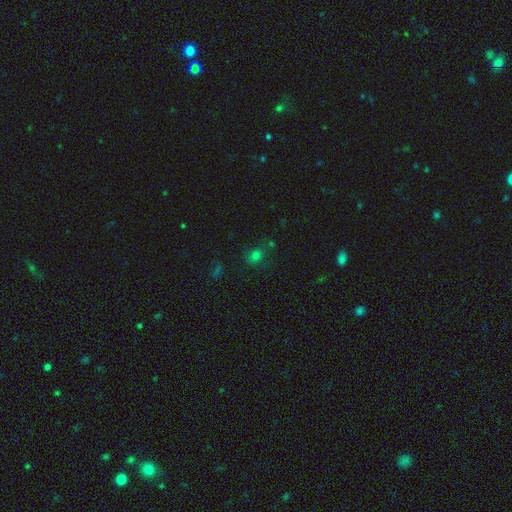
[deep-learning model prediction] Smooth or featured?
  - smooth: 69% *
  - star or artifact: 24%
  - featured or disk: 7%
How rounded?
  - round: 63% *
  - in between: 36%
  - cigar-shaped: 1%
Merging?
  - none: 70% *
  - minor disturbance: 16%
  - merger: 8%
  - major disturbance: 6%